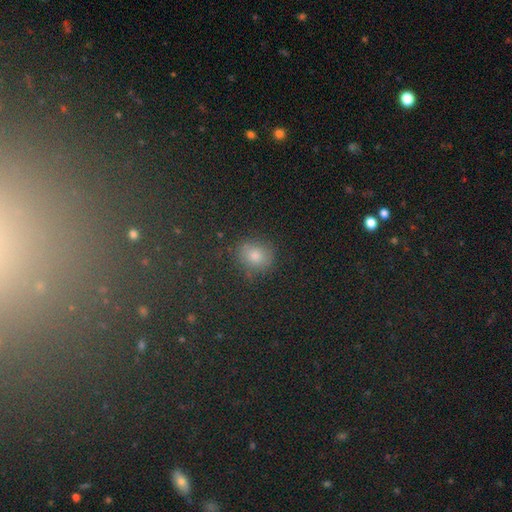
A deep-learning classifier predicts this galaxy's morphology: smooth 63%, star or artifact 29%, featured or disk 7%. Down the decision tree: how rounded — round (68%); merging — none (88%).